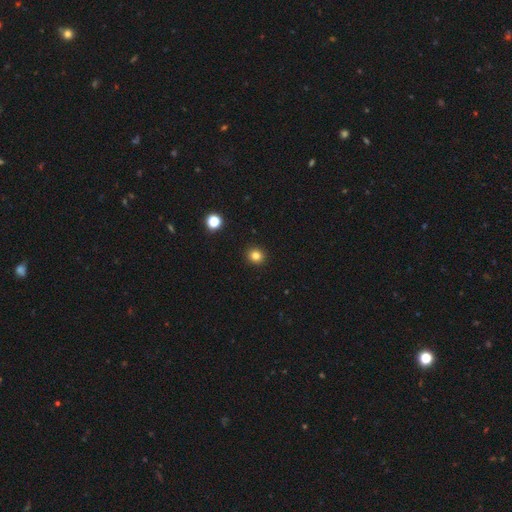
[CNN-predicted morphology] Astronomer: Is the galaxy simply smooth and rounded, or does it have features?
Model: smooth — 82%.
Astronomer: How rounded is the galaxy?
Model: round — 88%.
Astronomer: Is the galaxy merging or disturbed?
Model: none — 93%.